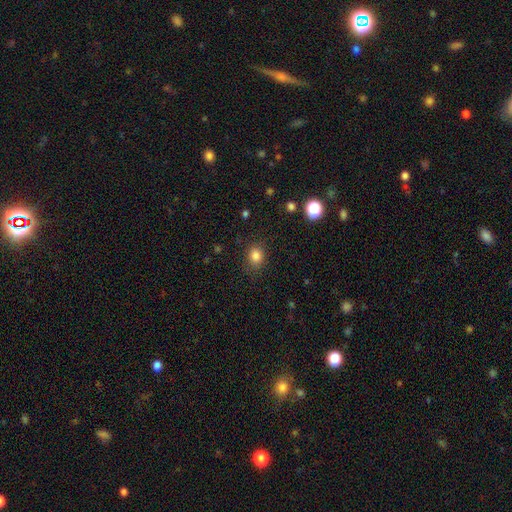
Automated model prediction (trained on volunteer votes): Q: Smooth or featured?
A: smooth (83%); runner-up: star or artifact (12%)
Q: How rounded?
A: round (60%); runner-up: in between (39%)
Q: Merging?
A: none (84%); runner-up: minor disturbance (12%)